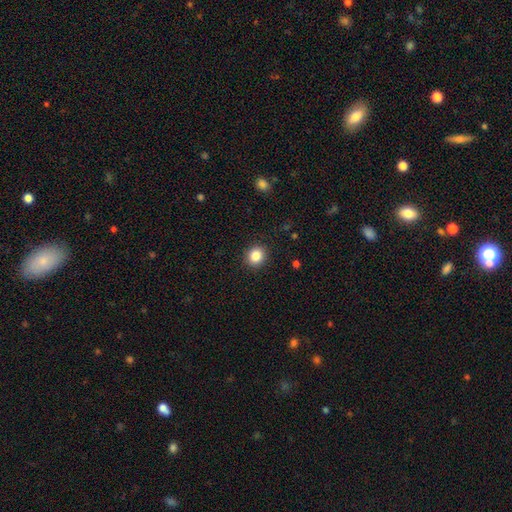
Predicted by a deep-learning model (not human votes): Q: Smooth or featured?
A: smooth (85%); runner-up: star or artifact (10%)
Q: How rounded?
A: round (81%); runner-up: in between (18%)
Q: Merging?
A: none (91%); runner-up: minor disturbance (6%)